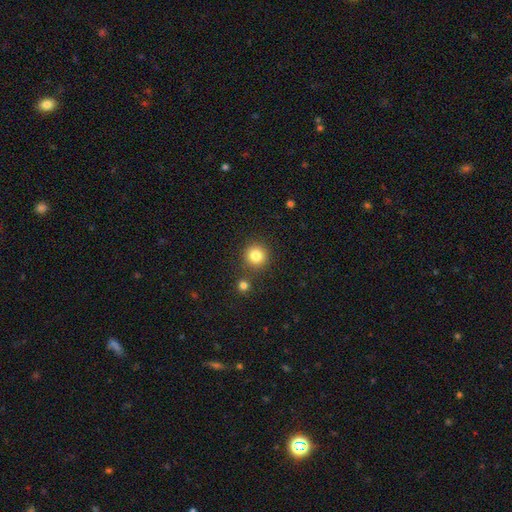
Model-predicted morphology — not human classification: type=smooth (84%); roundness=round (94%); merging=none (84%).